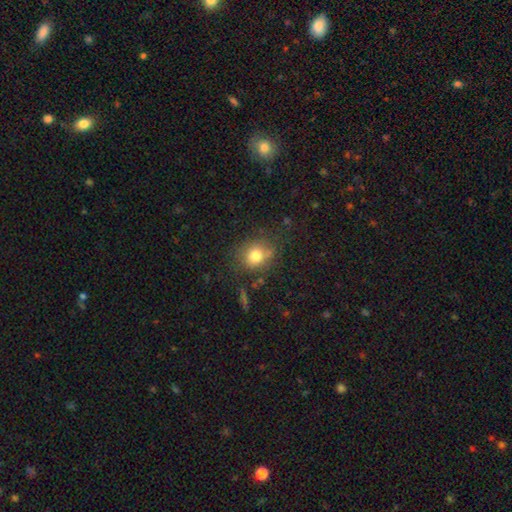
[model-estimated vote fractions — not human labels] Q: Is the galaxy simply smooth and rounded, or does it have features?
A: smooth — 78%.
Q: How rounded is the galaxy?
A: round — 73%.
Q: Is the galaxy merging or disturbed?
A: none — 72%.